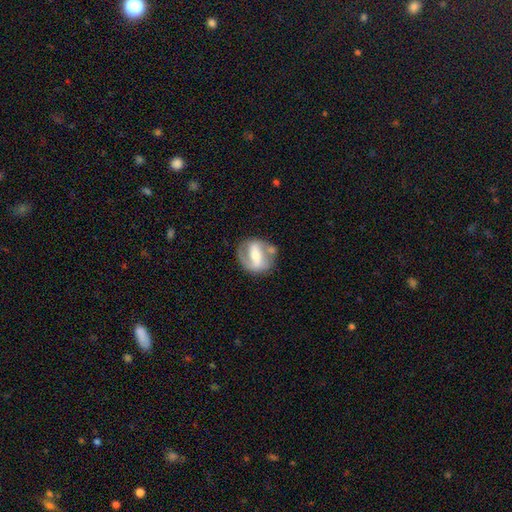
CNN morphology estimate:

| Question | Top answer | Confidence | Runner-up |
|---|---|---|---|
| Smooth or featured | featured or disk | 72% | smooth (22%) |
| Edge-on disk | no | 95% | yes (5%) |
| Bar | strong | 59% | weak (27%) |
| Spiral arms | yes | 71% | no (29%) |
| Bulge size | moderate | 56% | small (31%) |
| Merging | none | 65% | minor disturbance (18%) |